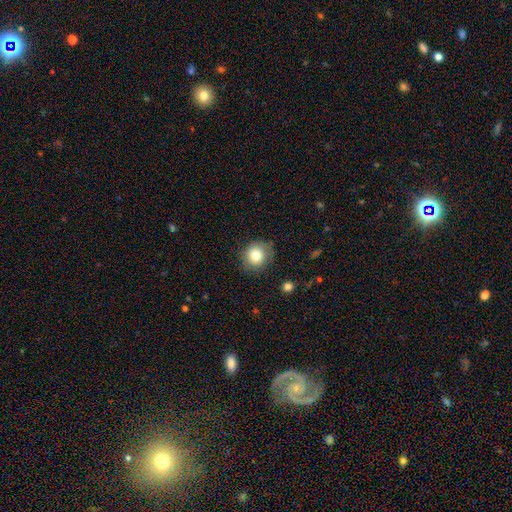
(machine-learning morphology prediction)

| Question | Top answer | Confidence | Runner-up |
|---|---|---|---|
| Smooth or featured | smooth | 78% | featured or disk (12%) |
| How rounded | round | 84% | in between (15%) |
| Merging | none | 78% | minor disturbance (16%) |